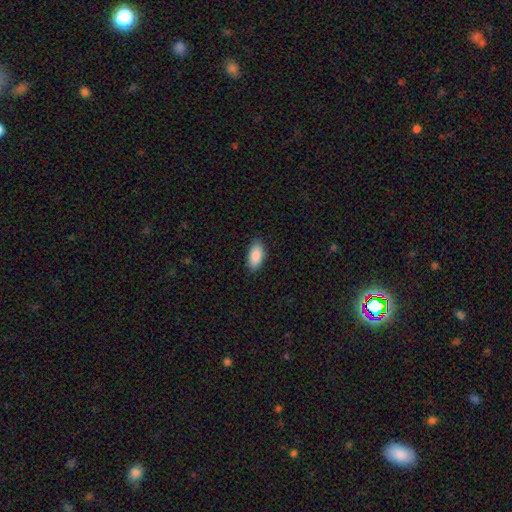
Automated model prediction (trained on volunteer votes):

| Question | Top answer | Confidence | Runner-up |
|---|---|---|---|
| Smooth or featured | smooth | 90% | star or artifact (6%) |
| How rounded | in between | 92% | cigar-shaped (6%) |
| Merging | none | 88% | minor disturbance (9%) |